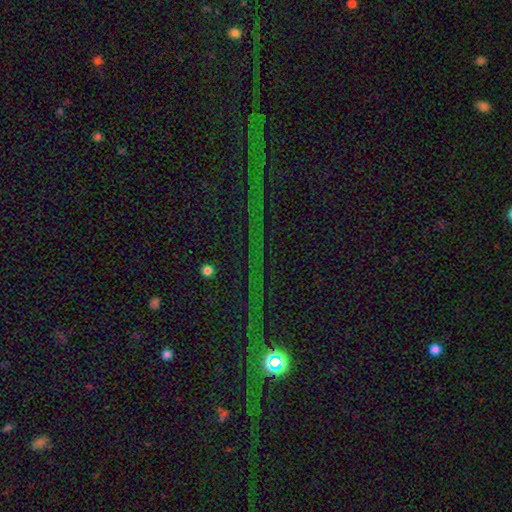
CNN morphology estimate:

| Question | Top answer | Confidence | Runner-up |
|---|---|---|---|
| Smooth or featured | star or artifact | 77% | featured or disk (13%) |